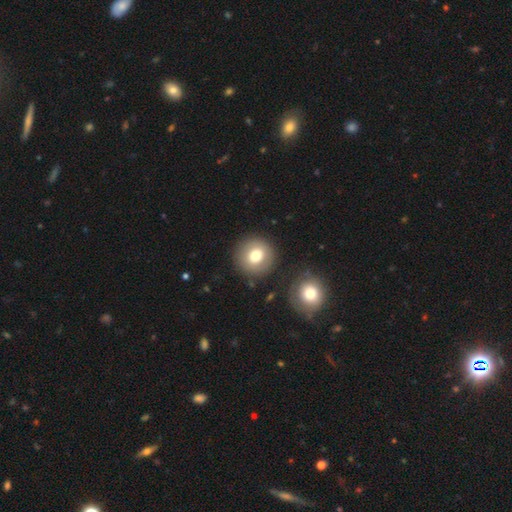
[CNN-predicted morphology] smooth 75%, featured or disk 15%, star or artifact 10%. Down the decision tree: how rounded — round (94%); merging — none (86%).